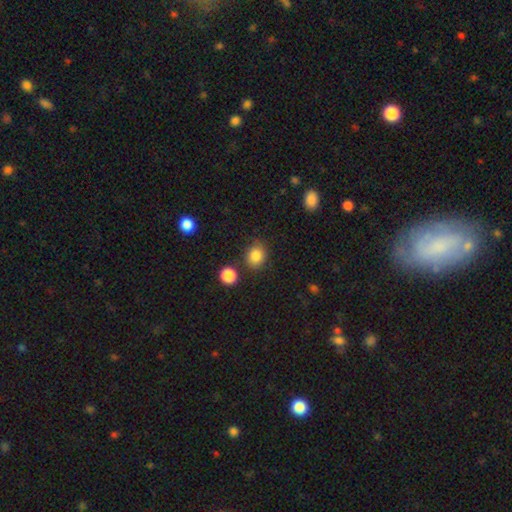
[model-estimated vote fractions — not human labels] smooth 85%, star or artifact 10%, featured or disk 5%. Down the decision tree: how rounded — round (66%); merging — none (78%).